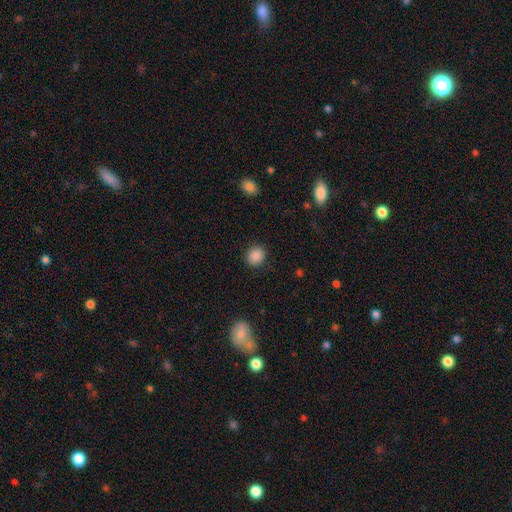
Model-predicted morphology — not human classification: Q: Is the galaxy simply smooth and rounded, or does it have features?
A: smooth — 87%.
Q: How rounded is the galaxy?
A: round — 81%.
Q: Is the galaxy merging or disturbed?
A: none — 90%.